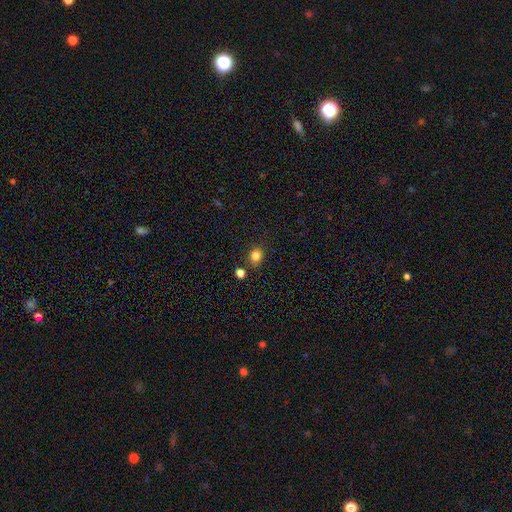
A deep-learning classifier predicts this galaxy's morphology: smooth_or_featured: smooth (p=0.82) [alt: star or artifact p=0.13]
how_rounded: round (p=0.71) [alt: in between p=0.28]
merging: none (p=0.79) [alt: minor disturbance p=0.11]